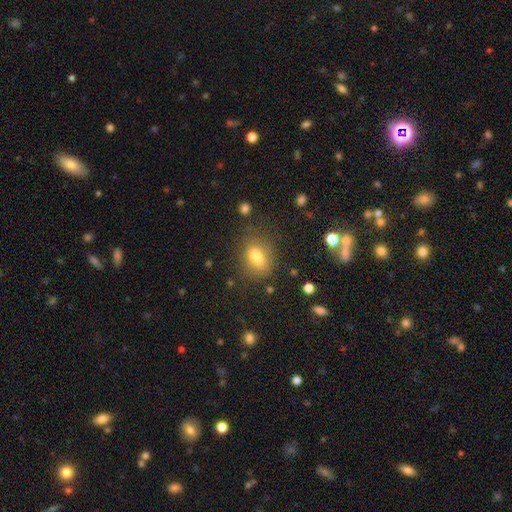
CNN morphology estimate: Smooth or featured? Predicted: smooth (p=0.74). How rounded? Predicted: in between (p=0.72). Merging? Predicted: none (p=0.70).